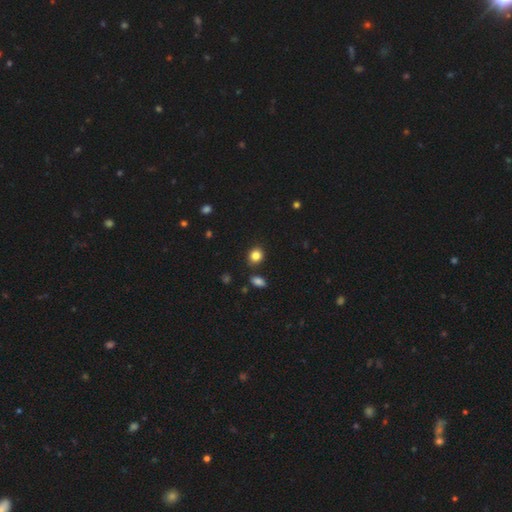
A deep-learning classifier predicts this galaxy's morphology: Q: Smooth or featured?
A: smooth (84%); runner-up: star or artifact (11%)
Q: How rounded?
A: round (69%); runner-up: in between (30%)
Q: Merging?
A: none (84%); runner-up: minor disturbance (10%)